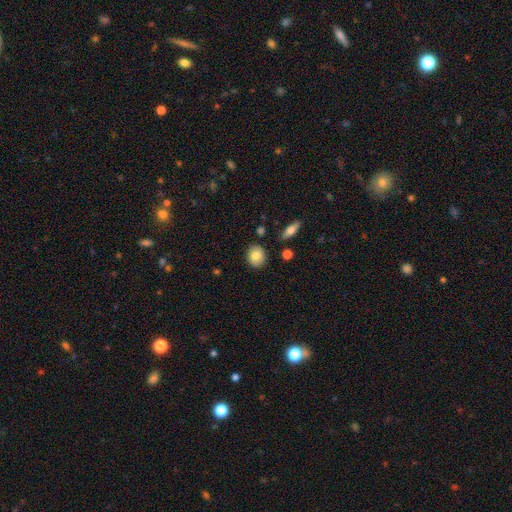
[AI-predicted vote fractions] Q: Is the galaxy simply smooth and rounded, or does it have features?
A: smooth — 78%.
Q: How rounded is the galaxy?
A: round — 67%.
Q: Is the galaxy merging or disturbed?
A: none — 86%.